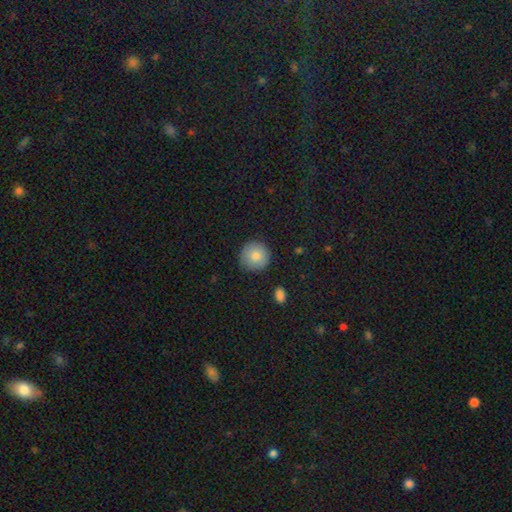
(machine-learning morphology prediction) Q: Smooth or featured?
A: smooth (85%); runner-up: featured or disk (8%)
Q: How rounded?
A: round (94%); runner-up: in between (5%)
Q: Merging?
A: none (88%); runner-up: minor disturbance (9%)